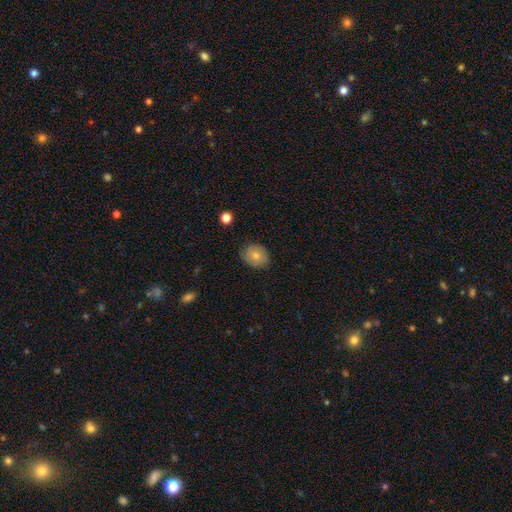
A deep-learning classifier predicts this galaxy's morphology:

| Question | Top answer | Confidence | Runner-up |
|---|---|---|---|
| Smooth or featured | smooth | 75% | featured or disk (16%) |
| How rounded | round | 56% | in between (43%) |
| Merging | none | 82% | minor disturbance (14%) |